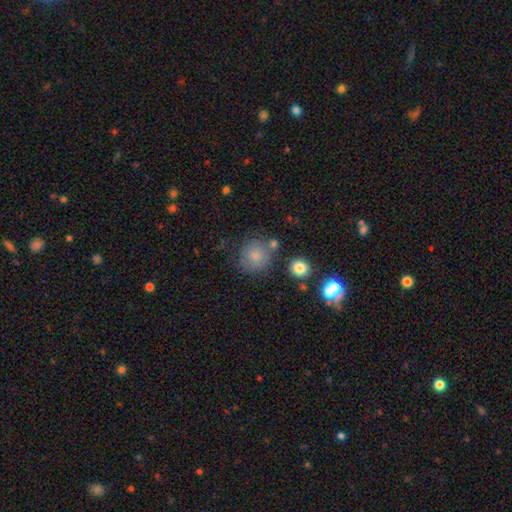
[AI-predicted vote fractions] Smooth or featured: smooth — 78% (featured or disk — 11%)
How rounded: round — 87% (in between — 13%)
Merging: none — 69% (minor disturbance — 16%)